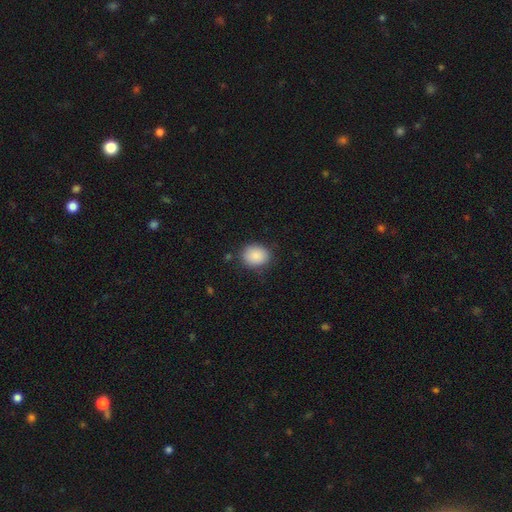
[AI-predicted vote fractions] Q: Smooth or featured?
A: smooth (89%); runner-up: star or artifact (7%)
Q: How rounded?
A: round (58%); runner-up: in between (41%)
Q: Merging?
A: none (83%); runner-up: minor disturbance (12%)